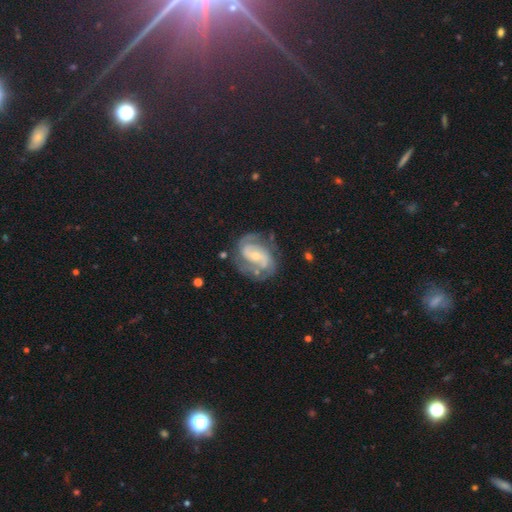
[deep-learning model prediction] smooth_or_featured: featured or disk (p=0.86) [alt: smooth p=0.09]
disk_edge_on: no (p=0.97) [alt: yes p=0.03]
bar: no (p=0.44) [alt: weak p=0.38]
has_spiral_arms: yes (p=0.94) [alt: no p=0.06]
spiral_winding: medium (p=0.45) [alt: tight p=0.40]
spiral_arm_count: 2 (p=0.73) [alt: can't tell p=0.12]
bulge_size: small (p=0.63) [alt: moderate p=0.32]
merging: none (p=0.66) [alt: minor disturbance p=0.20]